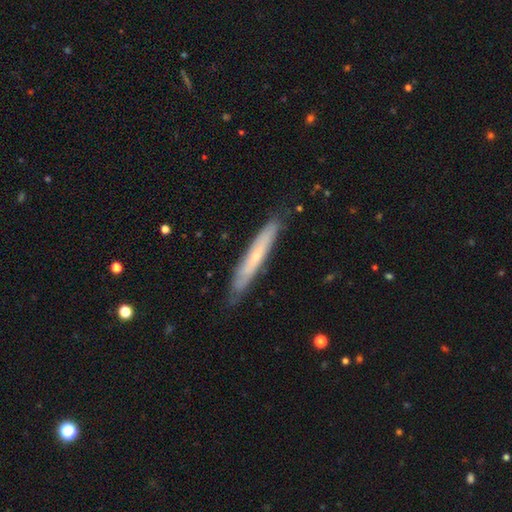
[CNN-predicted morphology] featured or disk 53%, smooth 41%, star or artifact 6%. Down the decision tree: edge-on disk — yes (76%); merging — none (81%).